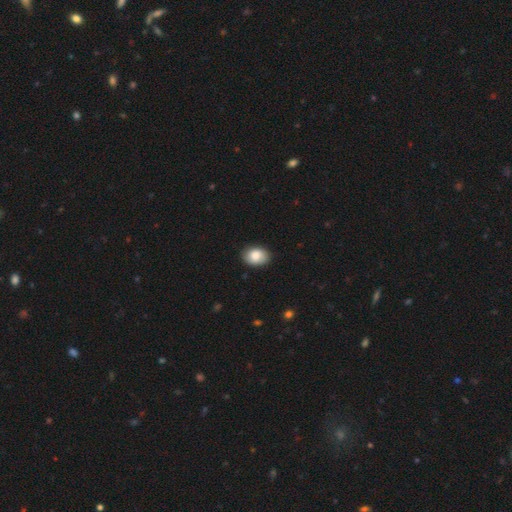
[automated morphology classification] type=smooth (87%); roundness=in between (74%); merging=none (86%).